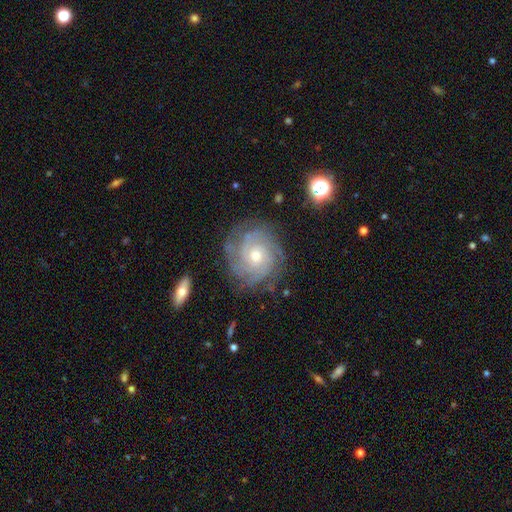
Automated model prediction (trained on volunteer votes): featured or disk 85%, smooth 8%, star or artifact 7%. Down the decision tree: edge-on disk — no (97%); bar — no (77%); spiral arms — yes (97%); spiral arm count — can't tell (32%); spiral winding — tight (74%); bulge size — small (49%); merging — none (79%).